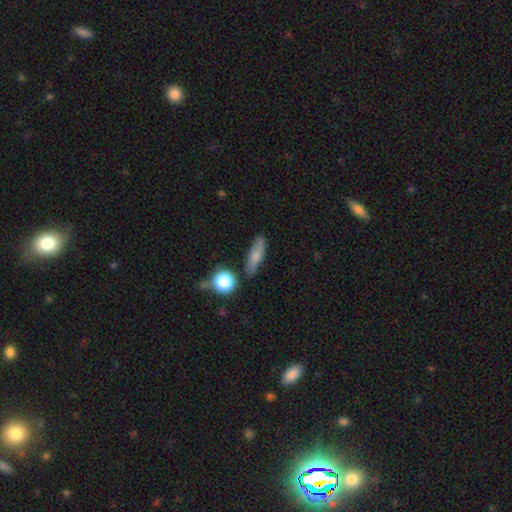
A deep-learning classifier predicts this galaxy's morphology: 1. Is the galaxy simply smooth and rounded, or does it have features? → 71% smooth, 20% featured or disk, 9% star or artifact.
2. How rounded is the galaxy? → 49% cigar-shaped, 43% in between, 8% round.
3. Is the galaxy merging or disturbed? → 74% none, 16% minor disturbance, 5% merger, 4% major disturbance.